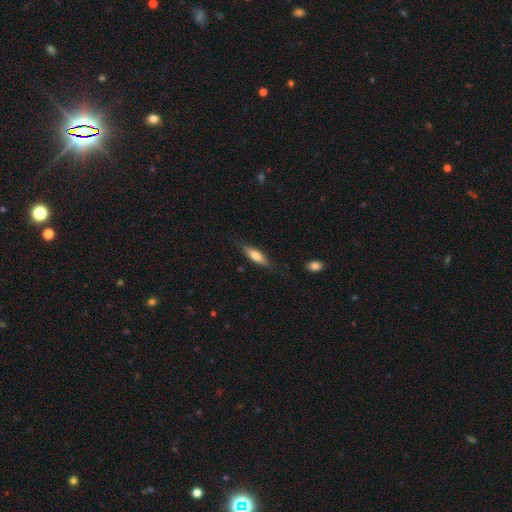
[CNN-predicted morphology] The model was most divided on "how rounded": cigar-shaped: 58%, in between: 40%, round: 2%. More confident: merging — none (80%); smooth or featured — smooth (61%).